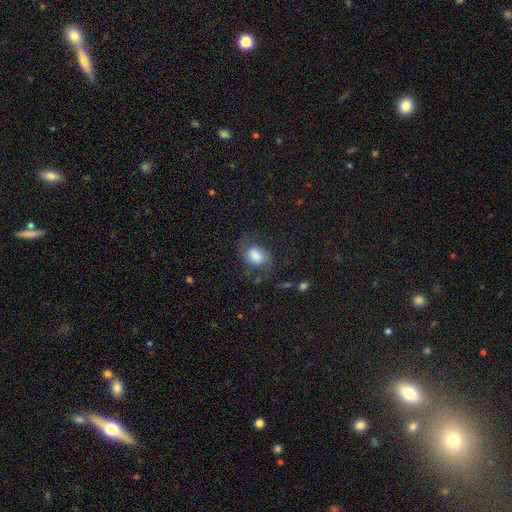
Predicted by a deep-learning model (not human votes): Smooth or featured? smooth (56%)
How rounded? in between (63%)
Merging? none (58%)